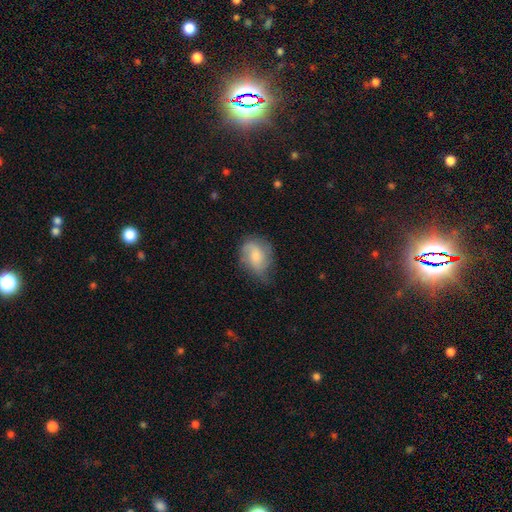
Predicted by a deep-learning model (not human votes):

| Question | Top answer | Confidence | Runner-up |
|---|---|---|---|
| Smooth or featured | smooth | 54% | featured or disk (38%) |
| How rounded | in between | 57% | round (41%) |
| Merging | none | 51% | minor disturbance (34%) |